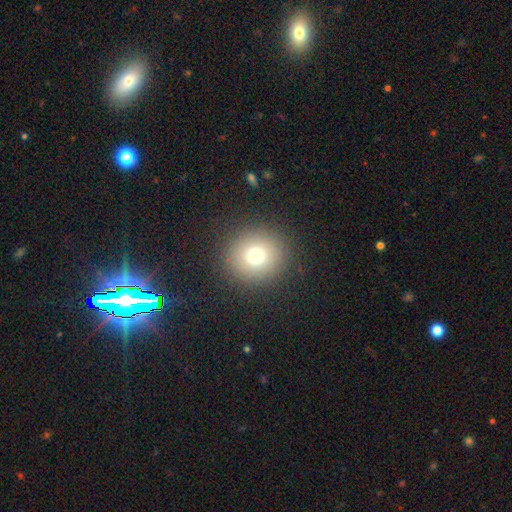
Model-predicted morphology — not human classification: smooth_or_featured: smooth (p=0.74) [alt: star or artifact p=0.16]
how_rounded: round (p=0.92) [alt: in between p=0.07]
merging: none (p=0.90) [alt: minor disturbance p=0.06]